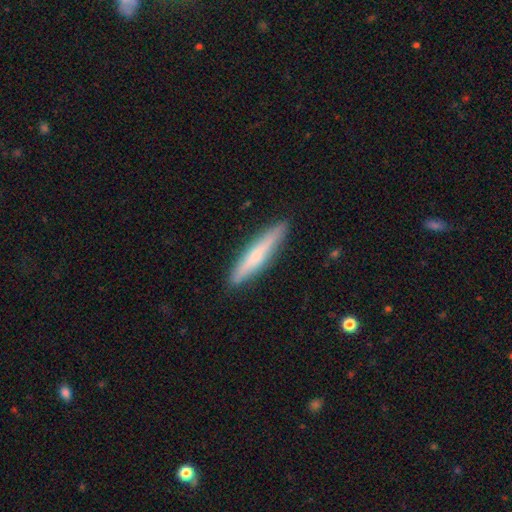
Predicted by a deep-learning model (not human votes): Smooth or featured? smooth (52%)
How rounded? cigar-shaped (91%)
Merging? none (89%)